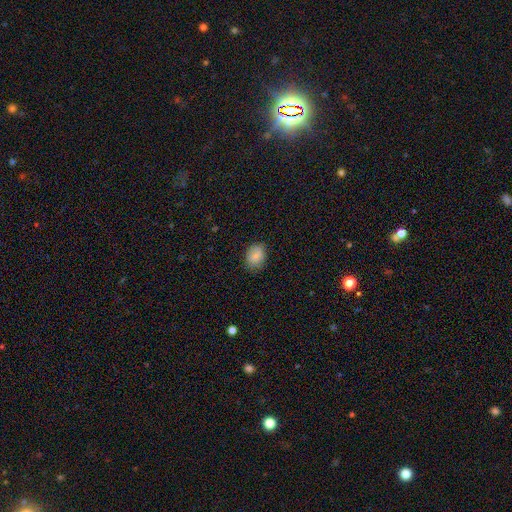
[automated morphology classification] type=smooth (83%); roundness=in between (67%); merging=none (81%).